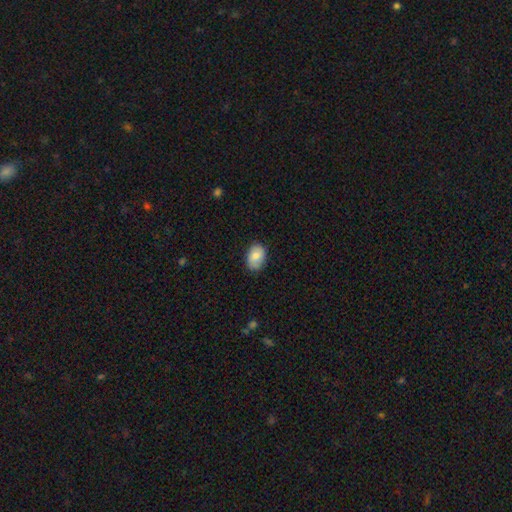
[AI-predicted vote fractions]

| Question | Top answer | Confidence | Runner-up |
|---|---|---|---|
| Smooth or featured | smooth | 78% | featured or disk (15%) |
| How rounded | in between | 82% | round (17%) |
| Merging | none | 82% | minor disturbance (15%) |